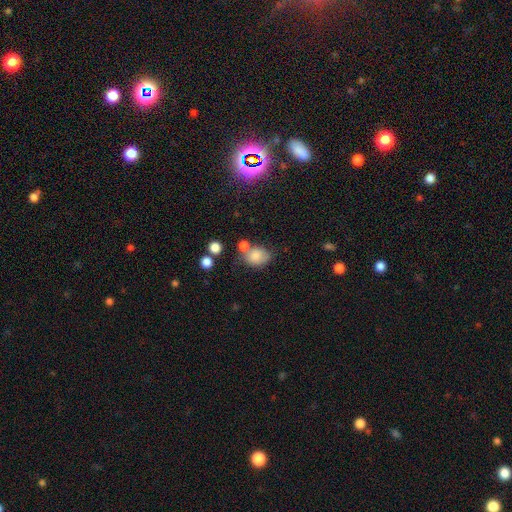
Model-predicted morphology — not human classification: Smooth or featured: smooth — 79% (star or artifact — 11%)
How rounded: in between — 57% (round — 42%)
Merging: none — 50% (minor disturbance — 22%)